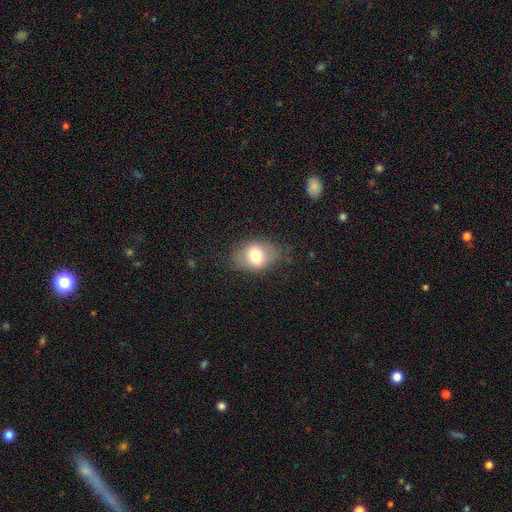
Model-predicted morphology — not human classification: Q: Smooth or featured?
A: smooth (71%); runner-up: featured or disk (20%)
Q: How rounded?
A: in between (71%); runner-up: round (28%)
Q: Merging?
A: none (72%); runner-up: minor disturbance (20%)